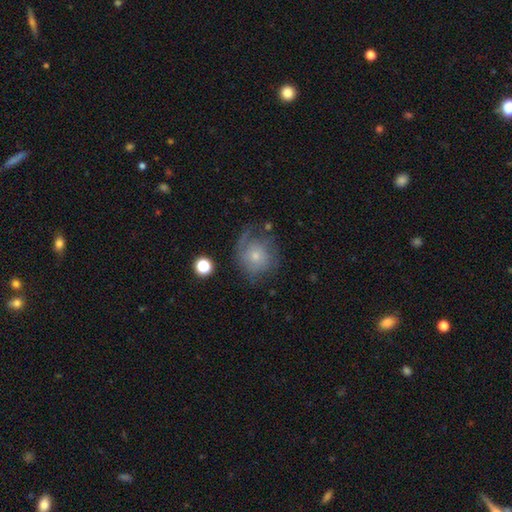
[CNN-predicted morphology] A smooth galaxy with no disk features (47%). Merging: none (52%).